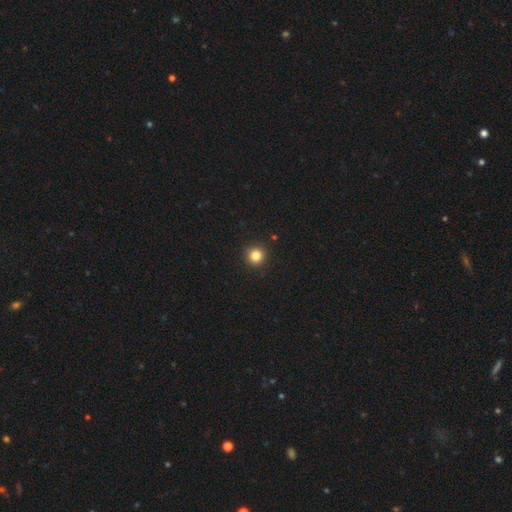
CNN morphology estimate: smooth-or-featured: smooth: 83% | star or artifact: 12% | featured or disk: 5%
  how-rounded: round: 95% | in between: 4% | cigar-shaped: 1%
  merging: none: 93% | minor disturbance: 5% | major disturbance: 2% | merger: 1%